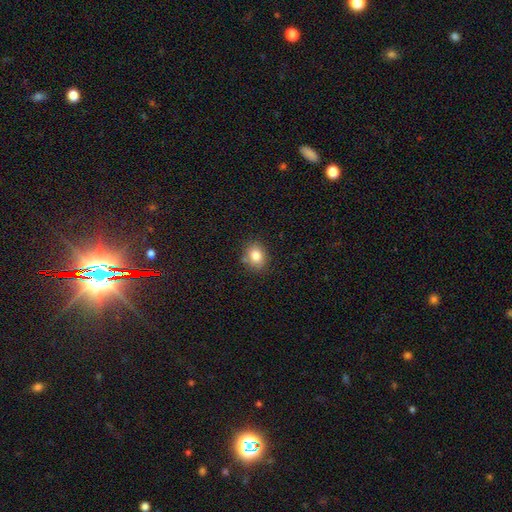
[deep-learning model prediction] A smooth galaxy with no disk features (82%) that is round (62%). Merging: none (80%).